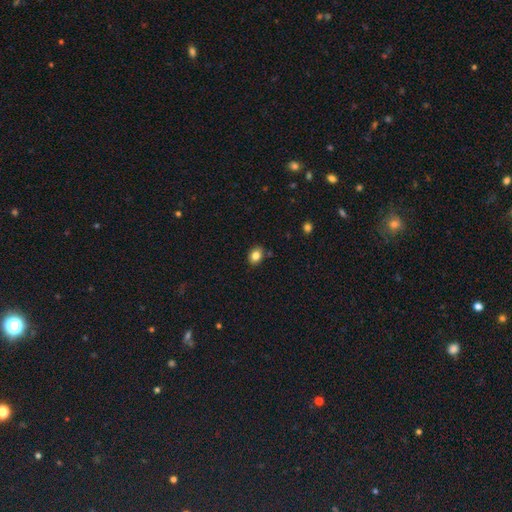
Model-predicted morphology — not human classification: This appears to be a smooth galaxy with no disk features (83%) that is in between round and cigar-shaped (56%). Merging: none (84%).